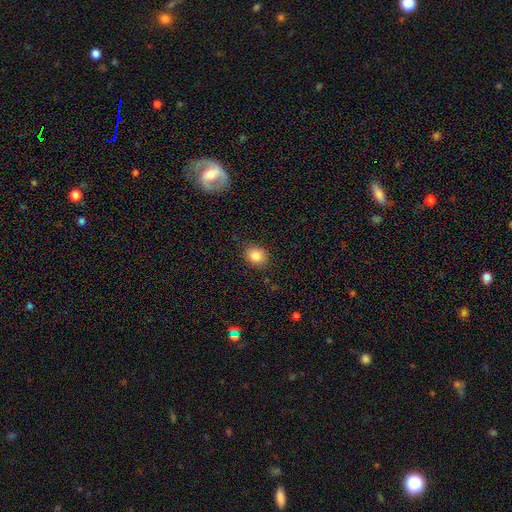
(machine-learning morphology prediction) Overall: smooth (85%). How rounded: round (58%; in between 41%). Merging: none (82%).